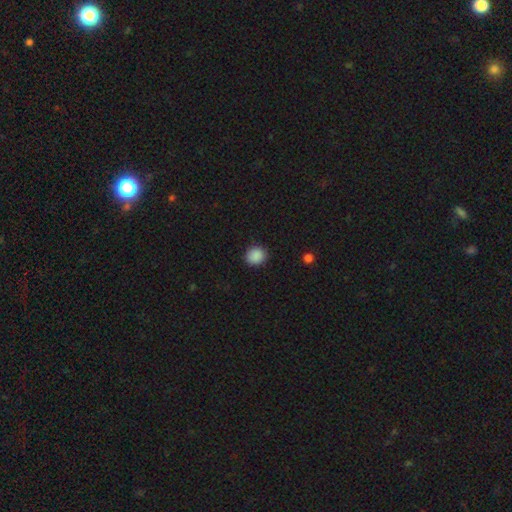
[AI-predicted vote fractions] Overall: smooth (89%). How rounded: round (83%). Merging: none (89%).